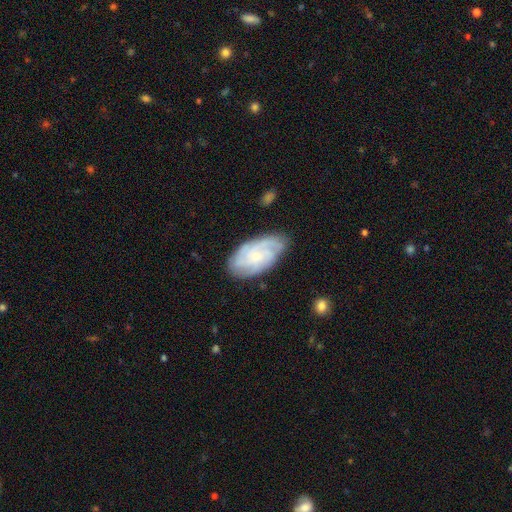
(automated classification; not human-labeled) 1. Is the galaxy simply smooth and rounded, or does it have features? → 74% featured or disk, 20% smooth, 6% star or artifact.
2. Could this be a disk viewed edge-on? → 95% no, 5% yes.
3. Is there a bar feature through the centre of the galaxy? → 76% no, 21% weak, 3% strong.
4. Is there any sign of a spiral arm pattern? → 94% yes, 6% no.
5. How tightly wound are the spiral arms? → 59% tight, 32% medium, 9% loose.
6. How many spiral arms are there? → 31% can't tell, 27% 3, 19% 4, 13% 2, 5% more than 4, 5% 1.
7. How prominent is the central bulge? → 75% small, 21% moderate, 3% none, 1% large, 1% dominant.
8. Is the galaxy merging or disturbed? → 75% none, 19% minor disturbance, 5% major disturbance, 1% merger.